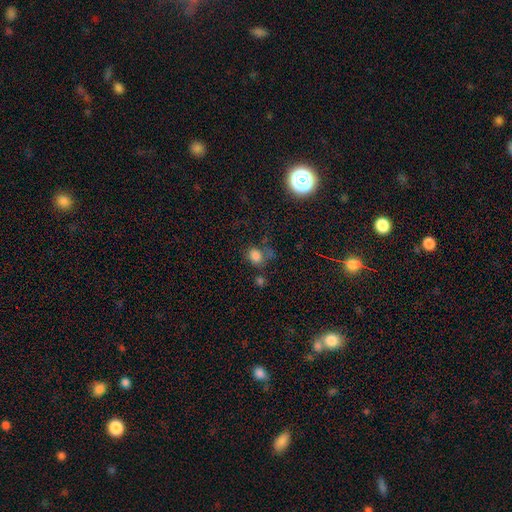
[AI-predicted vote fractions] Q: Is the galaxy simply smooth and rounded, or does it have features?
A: smooth — 77%.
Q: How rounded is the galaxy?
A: round — 59%.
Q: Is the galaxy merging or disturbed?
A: none — 59%.